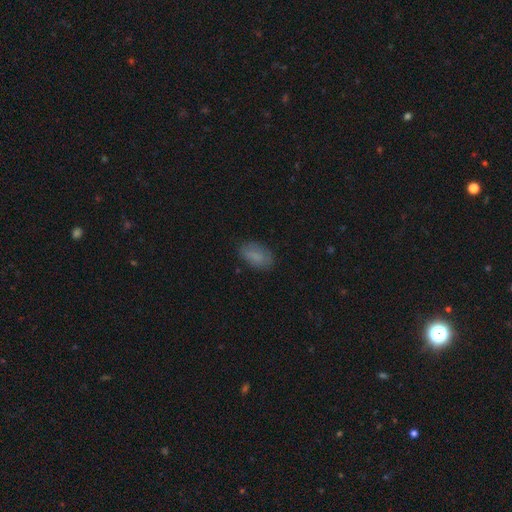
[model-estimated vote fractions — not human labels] smooth_or_featured: smooth (p=0.82) [alt: featured or disk p=0.10]
how_rounded: in between (p=0.92) [alt: round p=0.05]
merging: none (p=0.80) [alt: minor disturbance p=0.15]